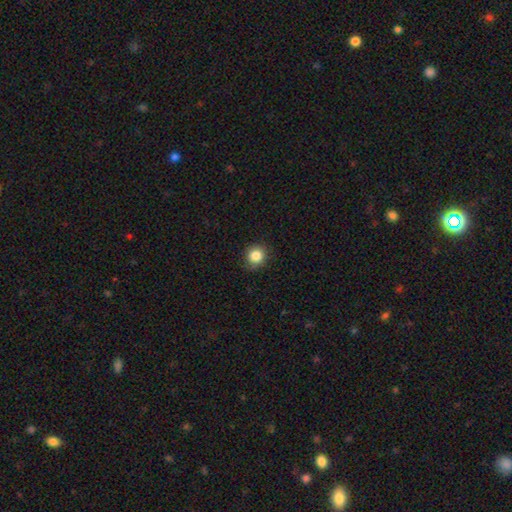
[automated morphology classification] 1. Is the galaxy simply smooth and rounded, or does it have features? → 84% smooth, 10% star or artifact, 5% featured or disk.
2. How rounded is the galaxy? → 86% round, 13% in between, 1% cigar-shaped.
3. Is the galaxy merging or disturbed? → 83% none, 13% minor disturbance, 3% major disturbance, 1% merger.